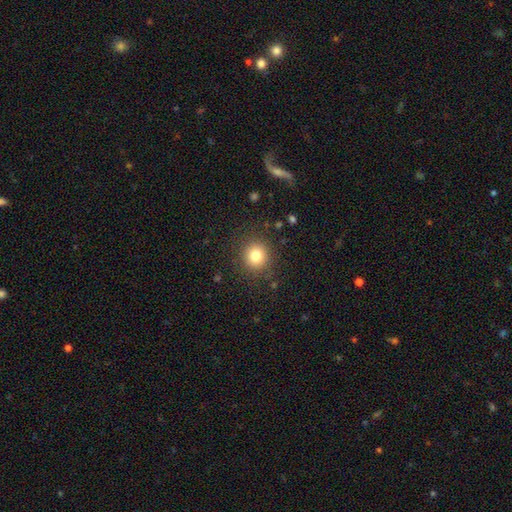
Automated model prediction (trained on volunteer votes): Morphology: type=smooth (79%); roundness=round (91%); merging=none (88%).